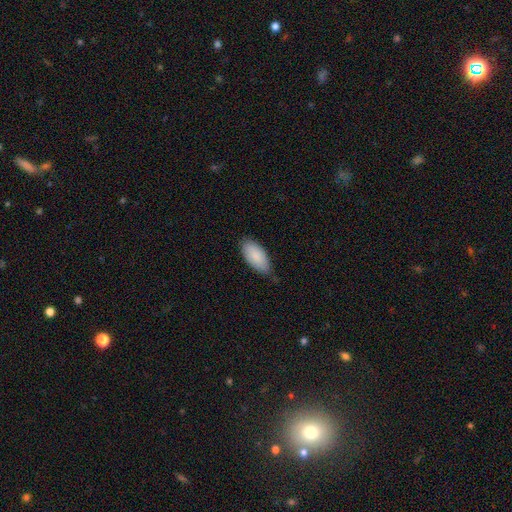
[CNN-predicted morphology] Smooth or featured? Predicted: smooth (p=0.87). How rounded? Predicted: in between (p=0.92). Merging? Predicted: none (p=0.72).